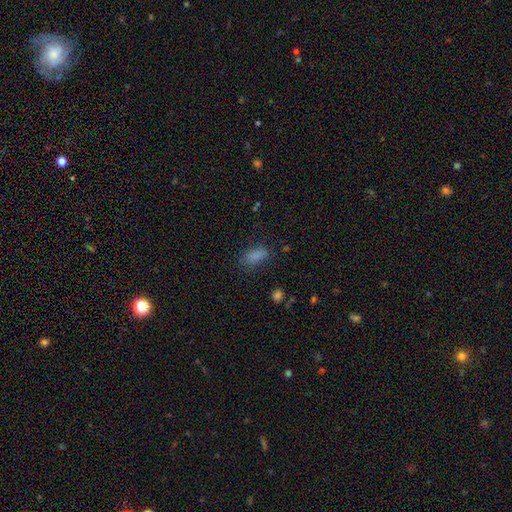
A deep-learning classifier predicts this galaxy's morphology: A smooth galaxy with no disk features (83%) that is in between round and cigar-shaped (88%).

Vote fractions:
- Smooth or featured? smooth: 83% / star or artifact: 12% / featured or disk: 5%
- How rounded? in between: 88% / cigar-shaped: 8% / round: 4%
- Merging? none: 77% / minor disturbance: 16% / major disturbance: 5% / merger: 2%